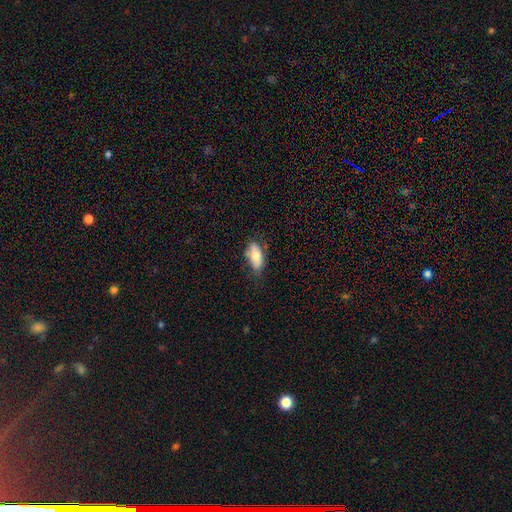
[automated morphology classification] smooth 72%, featured or disk 21%, star or artifact 7%. Down the decision tree: how rounded — in between (87%); merging — none (63%).